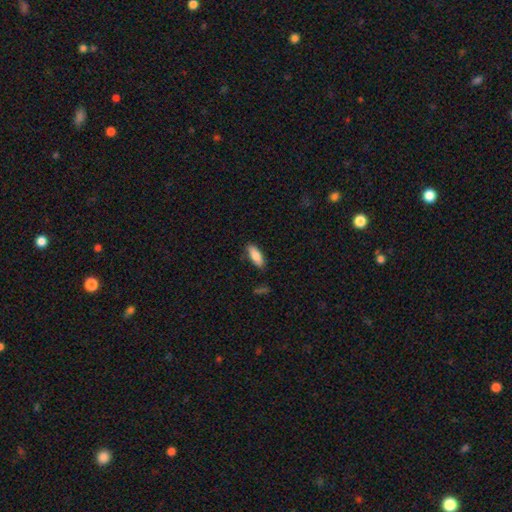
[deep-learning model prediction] The model was most divided on "how rounded": in between: 69%, cigar-shaped: 29%, round: 2%. More confident: merging — none (84%); smooth or featured — smooth (84%).